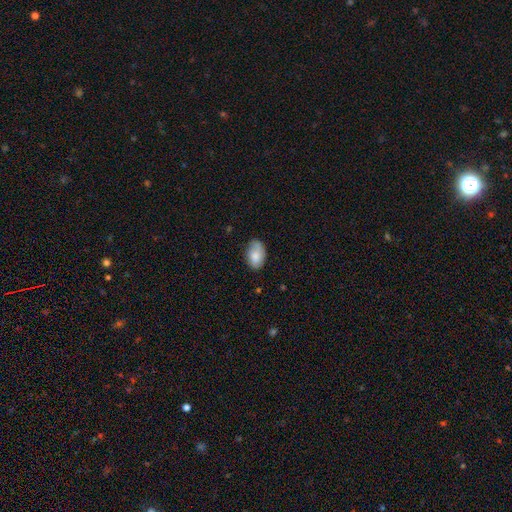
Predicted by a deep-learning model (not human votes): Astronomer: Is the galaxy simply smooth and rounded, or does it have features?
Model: smooth — 80%.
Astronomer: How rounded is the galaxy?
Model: in between — 90%.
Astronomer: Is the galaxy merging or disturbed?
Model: none — 67%.